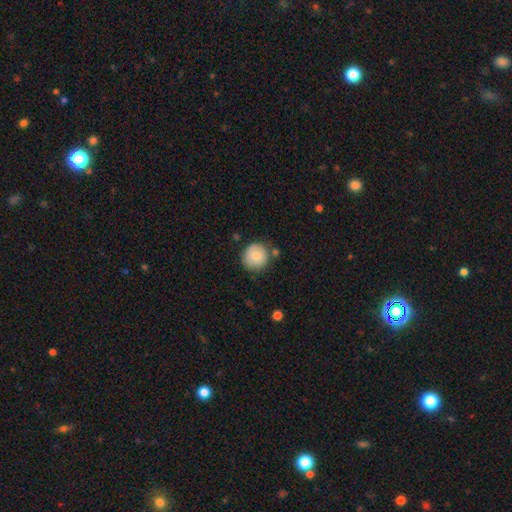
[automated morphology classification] The model was most divided on "merging": none: 77%, minor disturbance: 14%, merger: 6%, major disturbance: 3%. More confident: how rounded — round (93%); smooth or featured — smooth (81%).